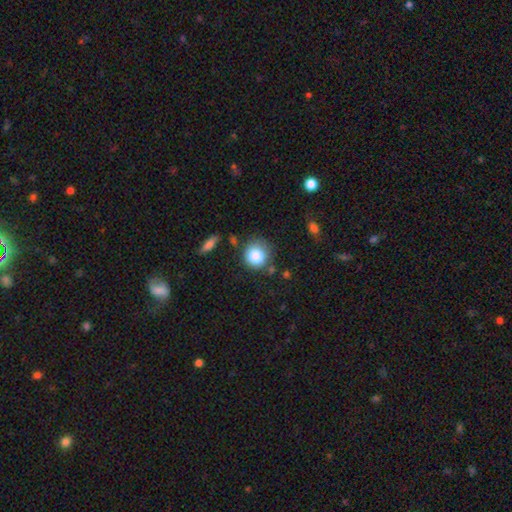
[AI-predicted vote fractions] smooth_or_featured: smooth (p=0.82) [alt: star or artifact p=0.10]
how_rounded: round (p=0.89) [alt: in between p=0.10]
merging: none (p=0.75) [alt: minor disturbance p=0.15]